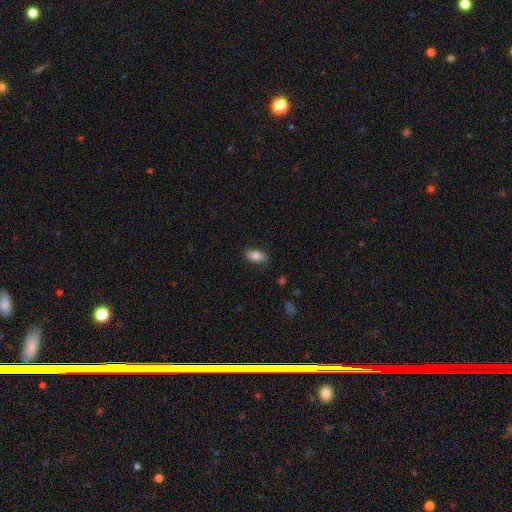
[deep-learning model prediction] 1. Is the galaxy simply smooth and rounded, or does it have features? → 77% smooth, 16% featured or disk, 7% star or artifact.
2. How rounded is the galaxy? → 92% in between, 4% cigar-shaped, 4% round.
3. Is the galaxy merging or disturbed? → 79% none, 16% minor disturbance, 4% major disturbance, 1% merger.